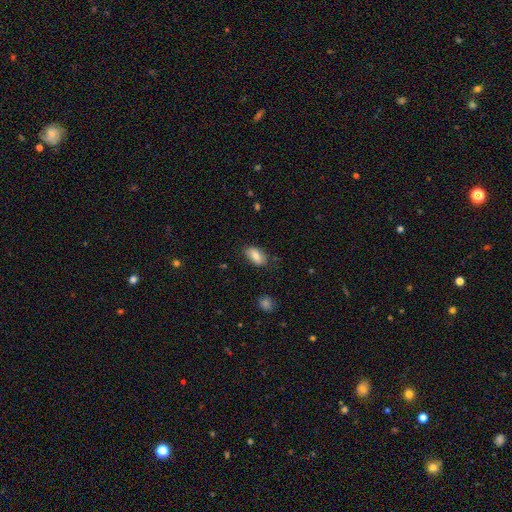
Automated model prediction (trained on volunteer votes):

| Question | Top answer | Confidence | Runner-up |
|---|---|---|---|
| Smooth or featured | smooth | 81% | featured or disk (11%) |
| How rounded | in between | 91% | cigar-shaped (5%) |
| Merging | none | 79% | minor disturbance (16%) |